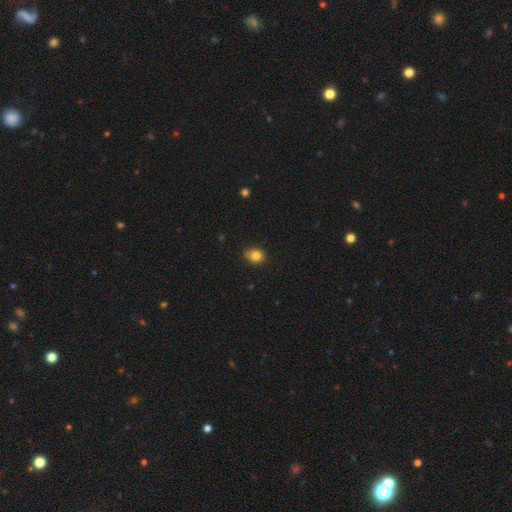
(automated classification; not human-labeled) smooth-or-featured: smooth: 84% | star or artifact: 10% | featured or disk: 6%
  how-rounded: round: 60% | in between: 39% | cigar-shaped: 1%
  merging: none: 73% | minor disturbance: 22% | major disturbance: 3% | merger: 1%